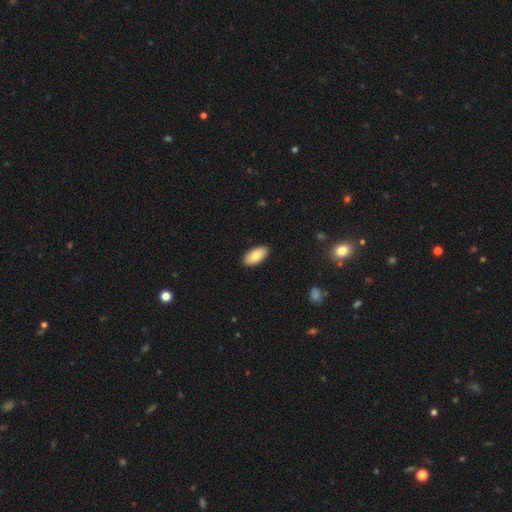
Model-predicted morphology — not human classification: This appears to be a smooth galaxy with no disk features (83%) that is in between round and cigar-shaped (94%). Merging: none (90%).